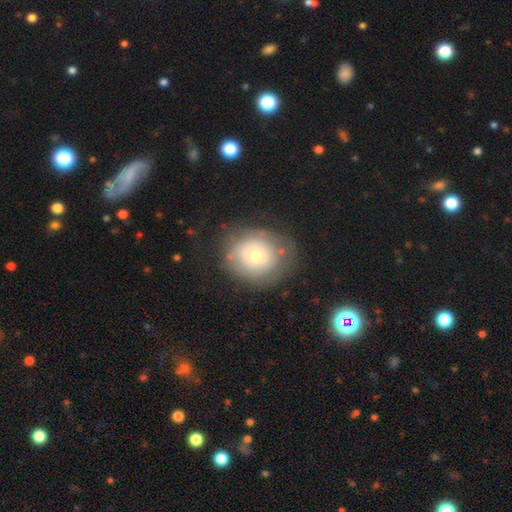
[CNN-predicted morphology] Smooth or featured: smooth — 54% (featured or disk — 37%)
How rounded: round — 75% (in between — 25%)
Merging: none — 68% (minor disturbance — 20%)